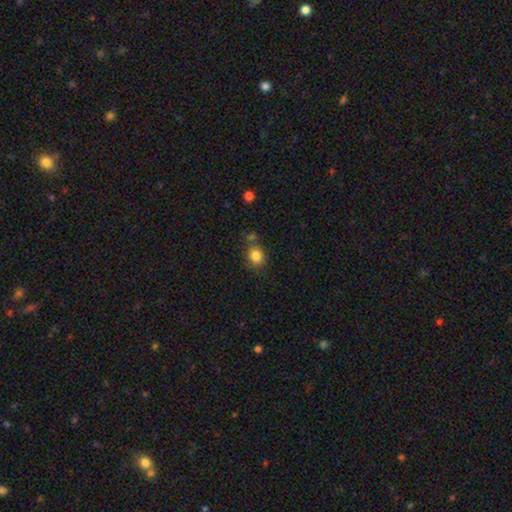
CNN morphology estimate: A smooth galaxy with no disk features (84%) that is round (63%). Merging: none (71%).